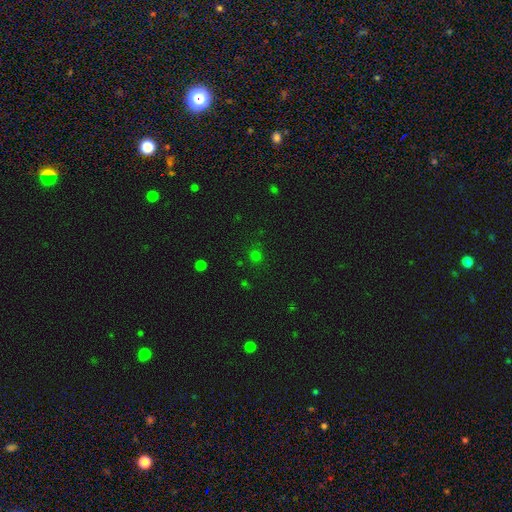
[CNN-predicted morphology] Smooth or featured: smooth — 67% (star or artifact — 28%)
How rounded: round — 88% (in between — 11%)
Merging: none — 83% (minor disturbance — 10%)